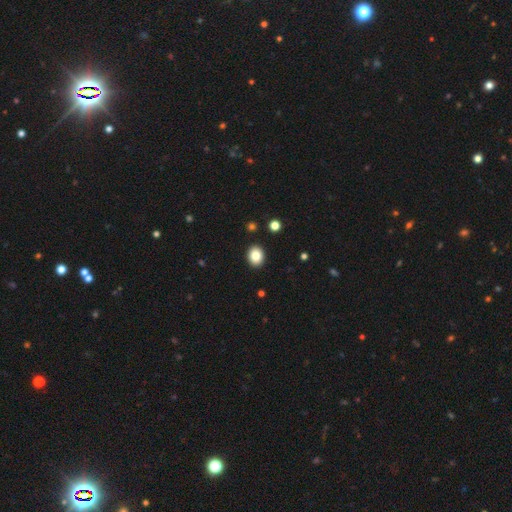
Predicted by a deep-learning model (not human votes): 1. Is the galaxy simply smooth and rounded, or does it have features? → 84% smooth, 9% star or artifact, 6% featured or disk.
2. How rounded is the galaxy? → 51% round, 48% in between, 1% cigar-shaped.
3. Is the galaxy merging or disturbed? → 91% none, 6% minor disturbance, 2% major disturbance, 1% merger.